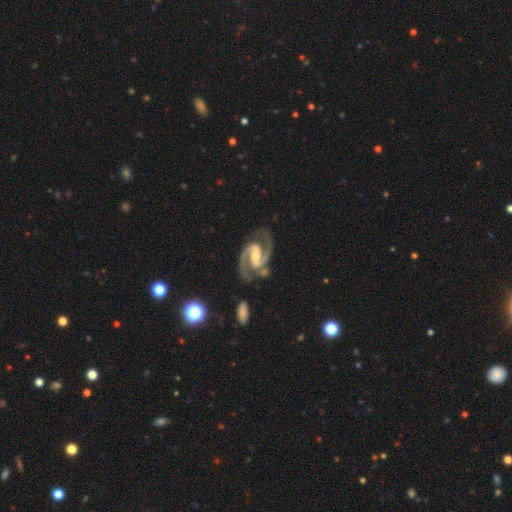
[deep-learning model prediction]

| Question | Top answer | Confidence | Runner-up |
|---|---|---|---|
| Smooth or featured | featured or disk | 94% | star or artifact (4%) |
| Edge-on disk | no | 98% | yes (2%) |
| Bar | strong | 44% | weak (40%) |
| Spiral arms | yes | 99% | no (1%) |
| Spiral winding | medium | 66% | tight (23%) |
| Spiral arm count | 2 | 94% | 3 (1%) |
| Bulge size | moderate | 49% | small (40%) |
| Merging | none | 75% | minor disturbance (15%) |